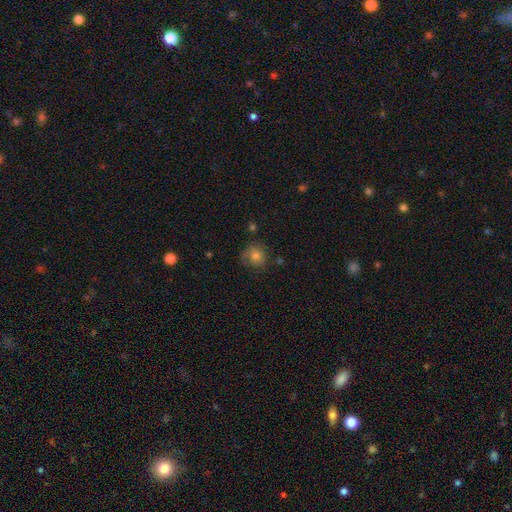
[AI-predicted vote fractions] The model was most divided on "merging": none: 65%, minor disturbance: 23%, major disturbance: 10%, merger: 3%. More confident: how rounded — round (84%); smooth or featured — smooth (74%).